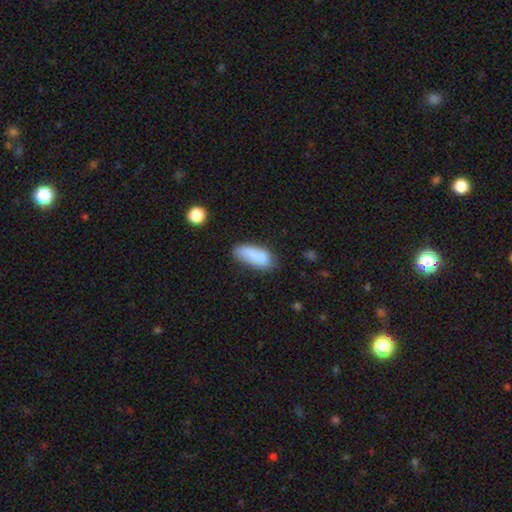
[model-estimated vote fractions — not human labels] smooth-or-featured: smooth: 82% | featured or disk: 11% | star or artifact: 8%
  how-rounded: in between: 72% | cigar-shaped: 25% | round: 2%
  merging: none: 57% | minor disturbance: 28% | major disturbance: 9% | merger: 6%